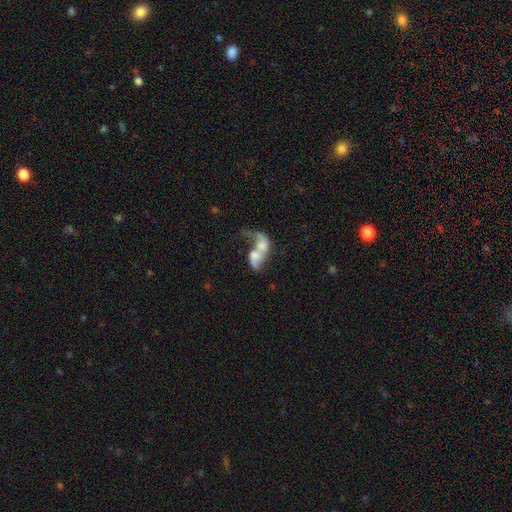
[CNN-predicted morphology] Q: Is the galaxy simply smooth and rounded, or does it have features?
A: featured or disk — 53%.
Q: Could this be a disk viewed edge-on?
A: no — 96%.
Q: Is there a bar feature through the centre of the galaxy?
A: no — 72%.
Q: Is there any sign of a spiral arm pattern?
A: yes — 57%.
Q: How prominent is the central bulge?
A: moderate — 32%.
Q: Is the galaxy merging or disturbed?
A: merger — 73%.